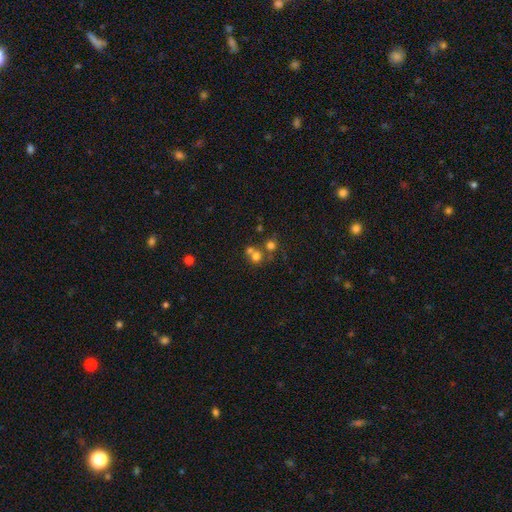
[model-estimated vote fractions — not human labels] Overall: smooth (65%). How rounded: round (85%). Merging: none (47%; merger 43%).